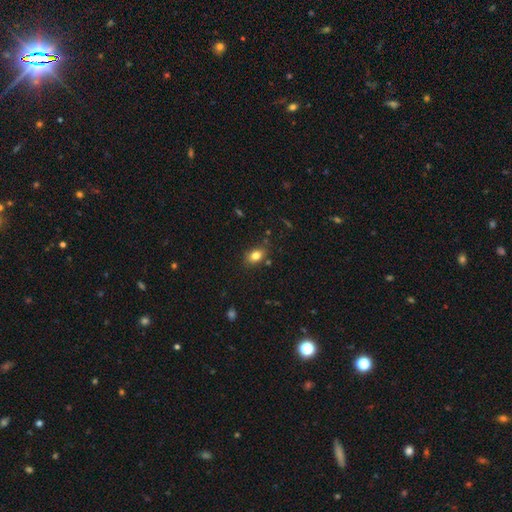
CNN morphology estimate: A smooth galaxy with no disk features (81%) that is in between round and cigar-shaped (76%). Merging: none (79%).